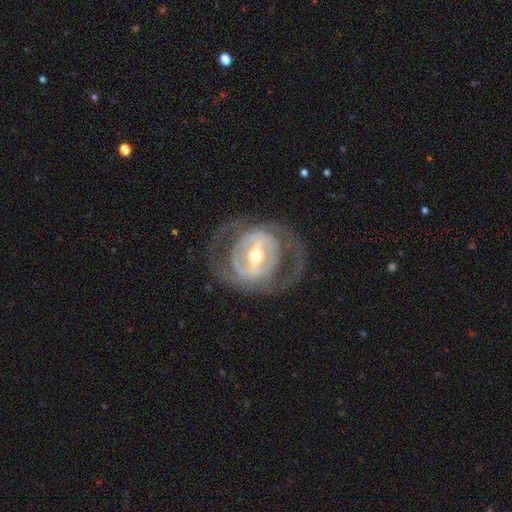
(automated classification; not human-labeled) smooth_or_featured: featured or disk (p=0.85) [alt: smooth p=0.10]
disk_edge_on: no (p=0.95) [alt: yes p=0.05]
bar: strong (p=0.55) [alt: weak p=0.30]
has_spiral_arms: yes (p=0.68) [alt: no p=0.32]
spiral_winding: tight (p=0.45) [alt: medium p=0.38]
spiral_arm_count: 2 (p=0.63) [alt: can't tell p=0.22]
bulge_size: moderate (p=0.53) [alt: small p=0.41]
merging: none (p=0.70) [alt: major disturbance p=0.16]